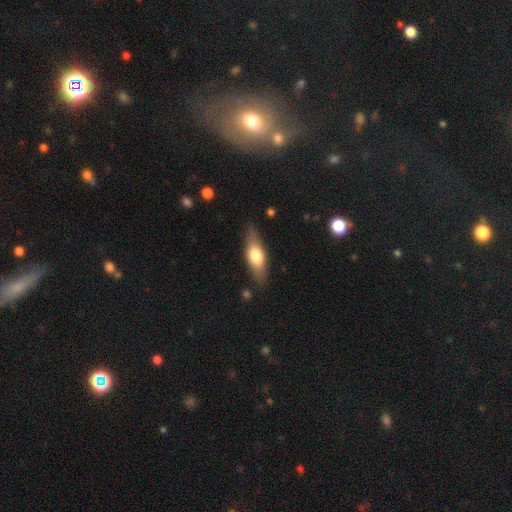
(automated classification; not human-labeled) smooth-or-featured: smooth: 63% | featured or disk: 31% | star or artifact: 6%
  how-rounded: in between: 63% | cigar-shaped: 35% | round: 3%
  merging: none: 82% | minor disturbance: 13% | major disturbance: 3% | merger: 2%